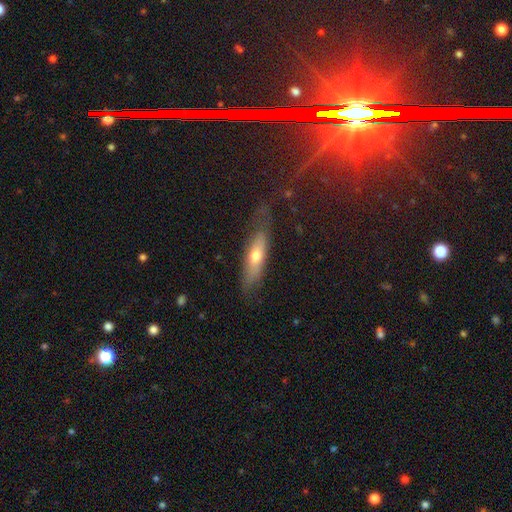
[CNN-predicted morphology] The model was most divided on "how rounded": cigar-shaped: 57%, in between: 40%, round: 3%. More confident: merging — none (63%); smooth or featured — smooth (58%).